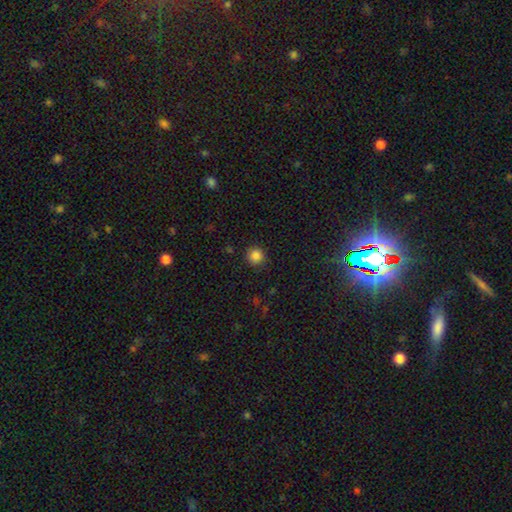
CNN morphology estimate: smooth-or-featured: smooth: 85% | star or artifact: 11% | featured or disk: 4%
  how-rounded: round: 92% | in between: 7% | cigar-shaped: 1%
  merging: none: 89% | minor disturbance: 8% | major disturbance: 2% | merger: 1%